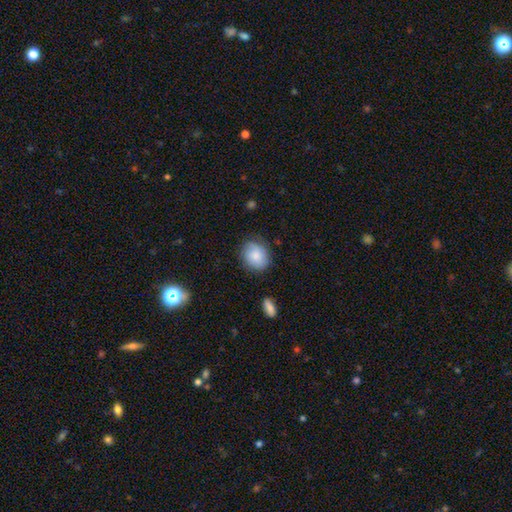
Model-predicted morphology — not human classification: Smooth or featured? Predicted: smooth (p=0.80). How rounded? Predicted: round (p=0.61). Merging? Predicted: none (p=0.78).